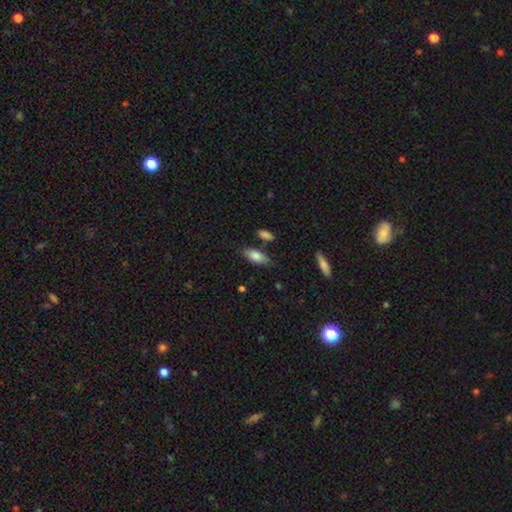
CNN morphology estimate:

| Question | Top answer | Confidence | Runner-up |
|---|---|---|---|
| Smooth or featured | smooth | 81% | featured or disk (12%) |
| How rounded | in between | 85% | cigar-shaped (13%) |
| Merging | none | 77% | minor disturbance (15%) |